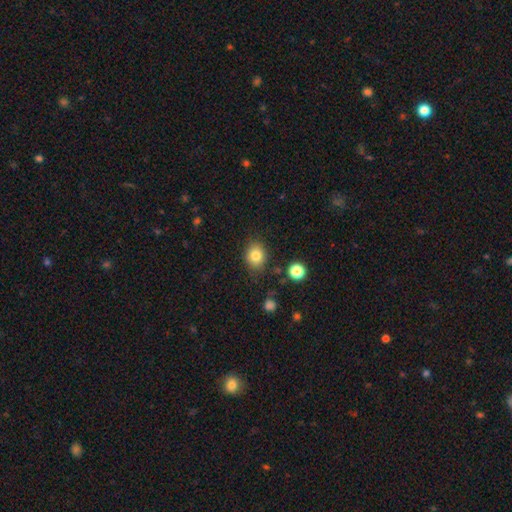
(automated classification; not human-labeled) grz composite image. It shows a smooth galaxy with no disk features (82%) that is round (55%). Merging: none (82%).